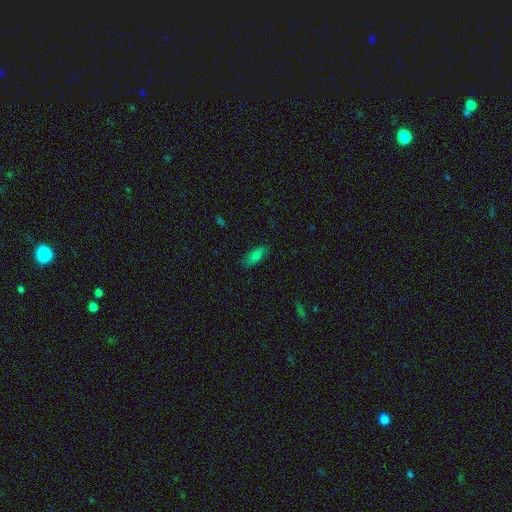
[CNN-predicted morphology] smooth-or-featured: smooth: 82% | star or artifact: 10% | featured or disk: 8%
  how-rounded: in between: 73% | cigar-shaped: 25% | round: 2%
  merging: none: 83% | minor disturbance: 13% | major disturbance: 3% | merger: 1%